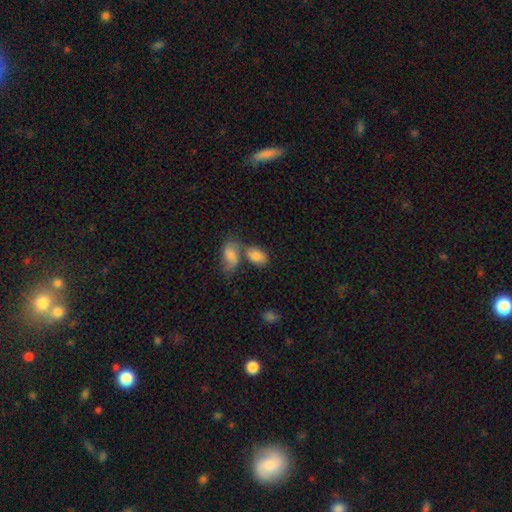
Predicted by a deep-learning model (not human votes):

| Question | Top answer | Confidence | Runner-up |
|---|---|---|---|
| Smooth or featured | smooth | 81% | featured or disk (11%) |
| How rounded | in between | 90% | round (8%) |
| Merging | merger | 43% | none (38%) |